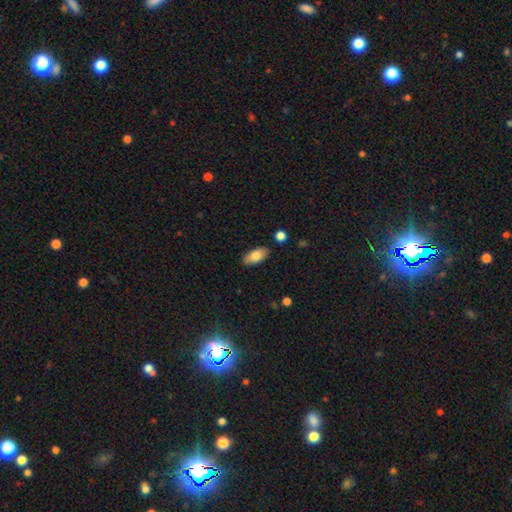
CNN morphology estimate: smooth_or_featured: smooth (p=0.79) [alt: featured or disk p=0.15]
how_rounded: in between (p=0.90) [alt: cigar-shaped p=0.07]
merging: none (p=0.87) [alt: minor disturbance p=0.09]